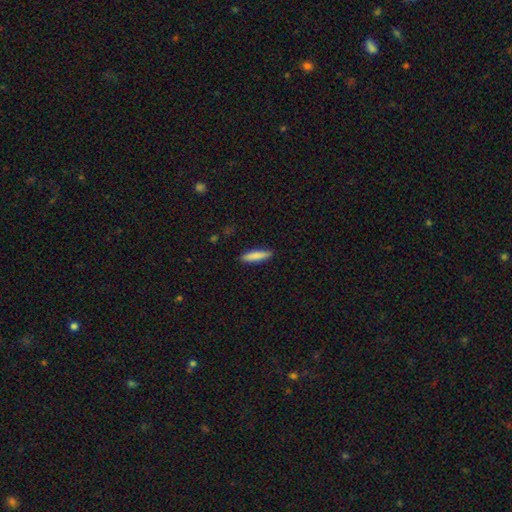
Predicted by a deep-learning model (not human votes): Smooth or featured: smooth — 85% (featured or disk — 10%)
How rounded: cigar-shaped — 80% (in between — 19%)
Merging: none — 89% (minor disturbance — 8%)